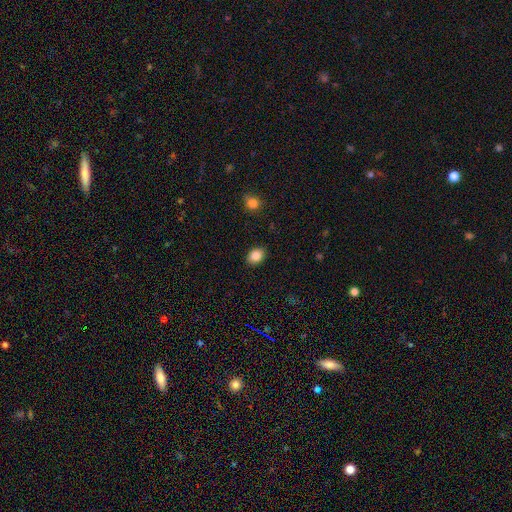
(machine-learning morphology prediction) This appears to be a smooth galaxy with no disk features (85%) that is in between round and cigar-shaped (67%). Merging: none (89%).